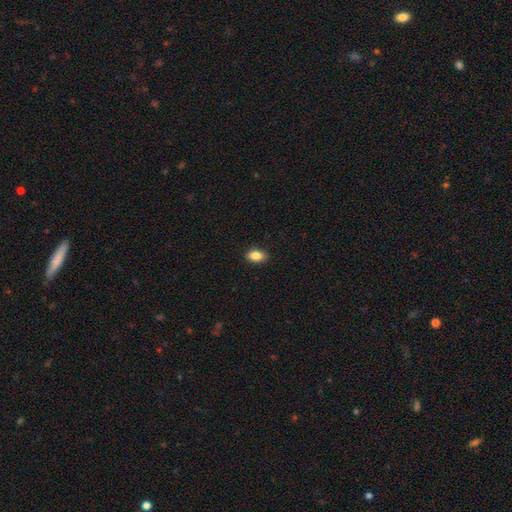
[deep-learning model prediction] smooth 85%, star or artifact 8%, featured or disk 7%. Down the decision tree: how rounded — in between (86%); merging — none (87%).